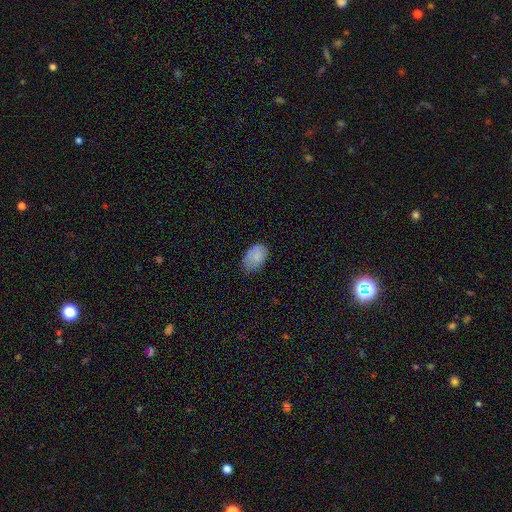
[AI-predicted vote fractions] Morphology: type=smooth (82%); roundness=in between (88%); merging=none (67%).